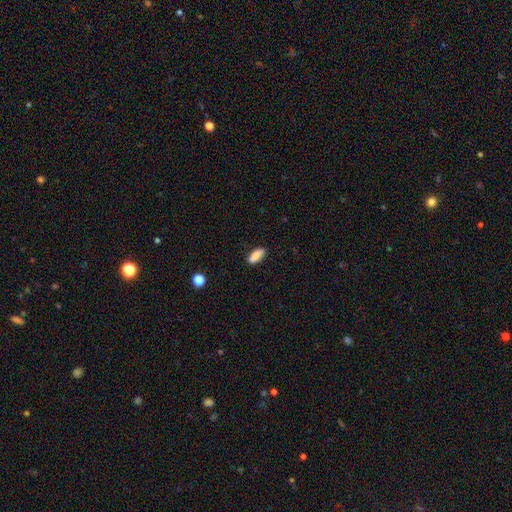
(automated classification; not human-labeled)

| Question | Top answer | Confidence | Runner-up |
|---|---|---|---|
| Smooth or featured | smooth | 86% | star or artifact (7%) |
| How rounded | in between | 73% | cigar-shaped (24%) |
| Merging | none | 87% | minor disturbance (10%) |